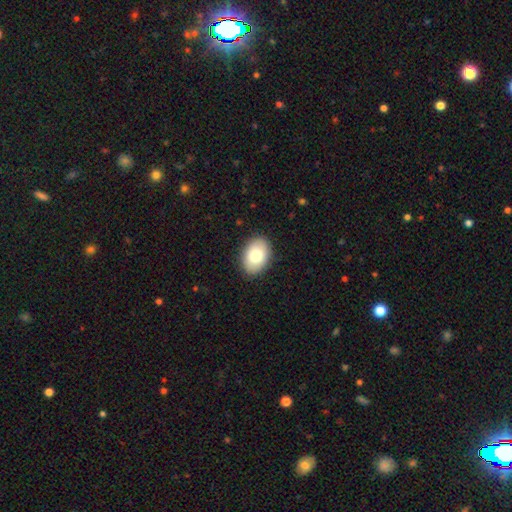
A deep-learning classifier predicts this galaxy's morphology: Smooth or featured? smooth (81%)
How rounded? in between (85%)
Merging? none (89%)